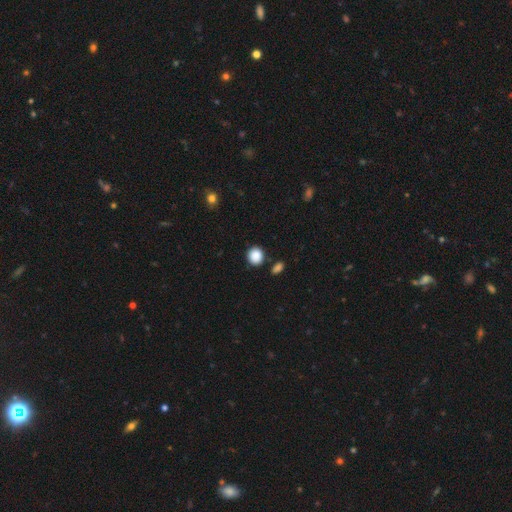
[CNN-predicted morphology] Smooth or featured? Predicted: smooth (p=0.89). How rounded? Predicted: round (p=0.83). Merging? Predicted: none (p=0.81).